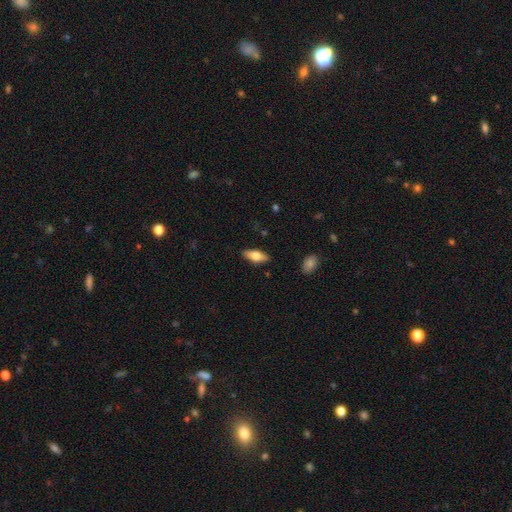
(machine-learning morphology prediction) A smooth galaxy with no disk features (66%) that is in between round and cigar-shaped (76%). Merging: none (87%).